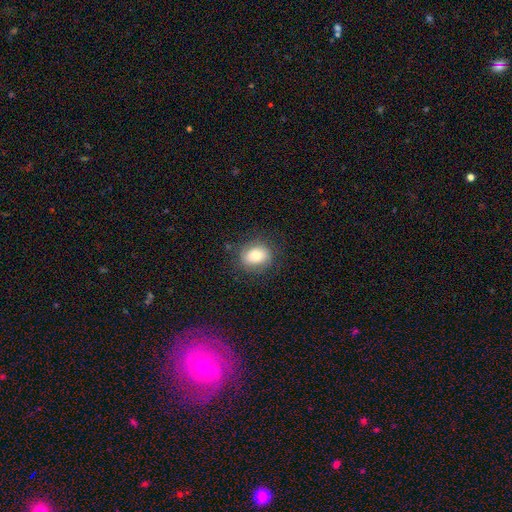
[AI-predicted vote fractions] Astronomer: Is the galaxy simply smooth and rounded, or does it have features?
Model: smooth — 75%.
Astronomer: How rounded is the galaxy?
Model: in between — 52% (runner-up: round, 47%).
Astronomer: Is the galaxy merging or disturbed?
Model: none — 78%.